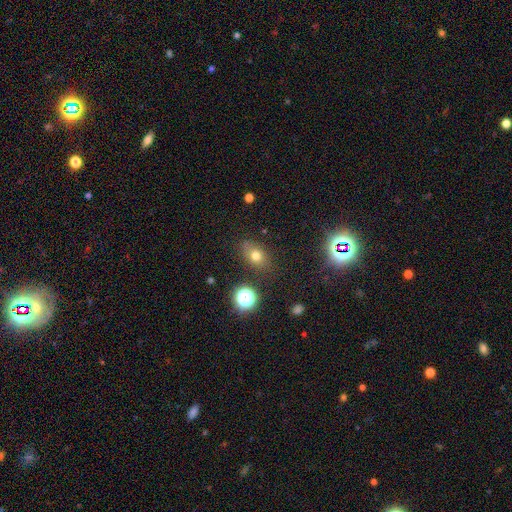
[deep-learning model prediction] Smooth or featured? smooth (69%)
How rounded? in between (67%)
Merging? none (80%)